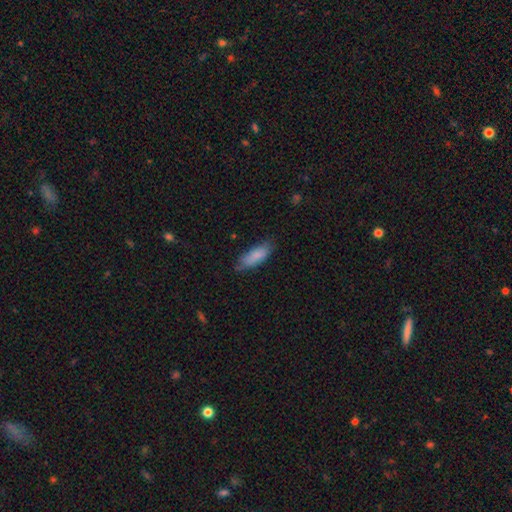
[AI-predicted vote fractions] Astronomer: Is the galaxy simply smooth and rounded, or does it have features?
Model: smooth — 85%.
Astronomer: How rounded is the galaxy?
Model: in between — 66%.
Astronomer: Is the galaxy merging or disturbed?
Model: none — 70%.